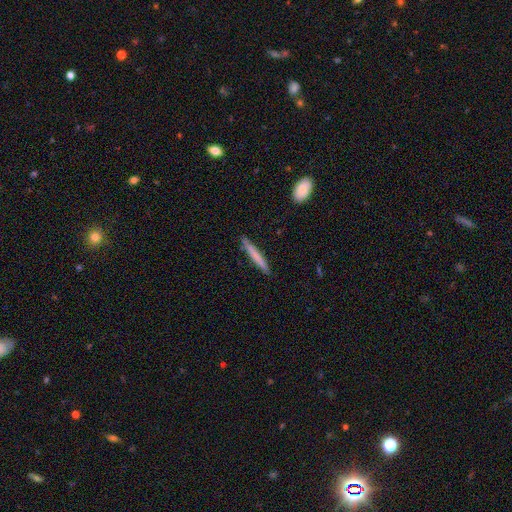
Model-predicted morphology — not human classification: Q: Smooth or featured?
A: smooth (67%); runner-up: featured or disk (28%)
Q: How rounded?
A: cigar-shaped (96%); runner-up: in between (2%)
Q: Merging?
A: none (89%); runner-up: minor disturbance (8%)